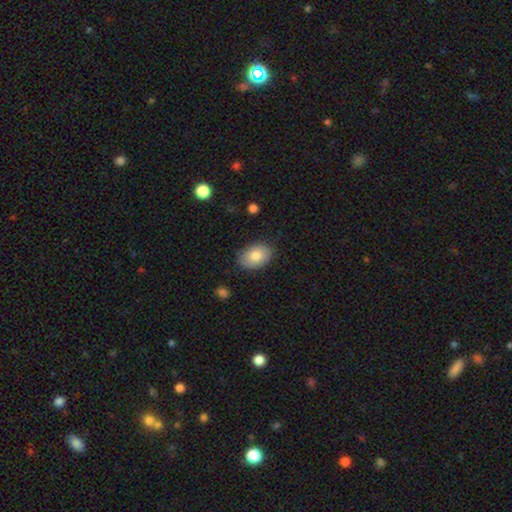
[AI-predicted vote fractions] smooth_or_featured: smooth (p=0.81) [alt: featured or disk p=0.12]
how_rounded: in between (p=0.85) [alt: round p=0.14]
merging: none (p=0.85) [alt: minor disturbance p=0.12]